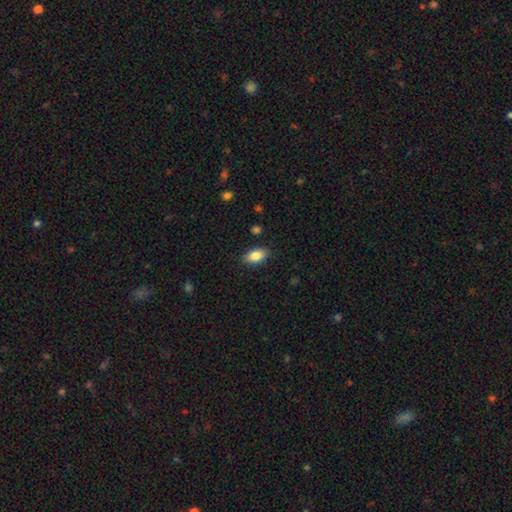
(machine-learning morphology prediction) This is clearly a smooth galaxy (85%). How rounded: clearly in between (91%). Merging: clearly none (87%).